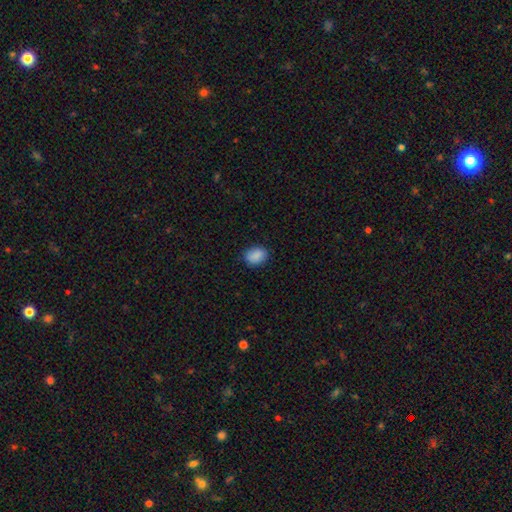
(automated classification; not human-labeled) Q: Smooth or featured?
A: smooth (89%); runner-up: star or artifact (8%)
Q: How rounded?
A: in between (65%); runner-up: round (34%)
Q: Merging?
A: none (85%); runner-up: minor disturbance (12%)